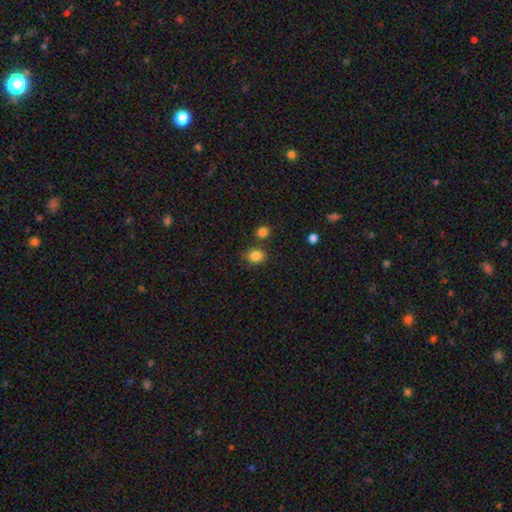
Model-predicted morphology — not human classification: A smooth galaxy with no disk features (85%) that is round (64%). Merging: none (73%).